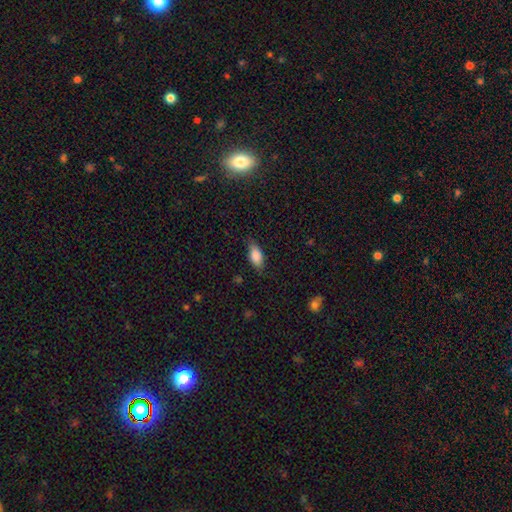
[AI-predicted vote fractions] Smooth or featured: smooth — 84% (featured or disk — 8%)
How rounded: in between — 87% (cigar-shaped — 10%)
Merging: none — 78% (minor disturbance — 17%)